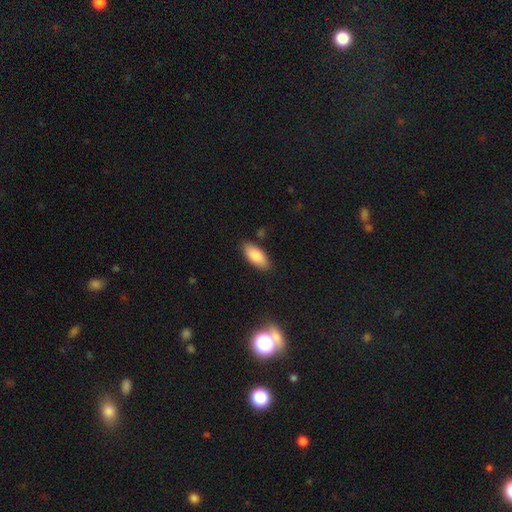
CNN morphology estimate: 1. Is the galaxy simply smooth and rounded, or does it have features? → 86% smooth, 8% featured or disk, 6% star or artifact.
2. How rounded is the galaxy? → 88% in between, 10% cigar-shaped, 2% round.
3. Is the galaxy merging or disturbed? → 84% none, 11% minor disturbance, 2% major disturbance, 2% merger.